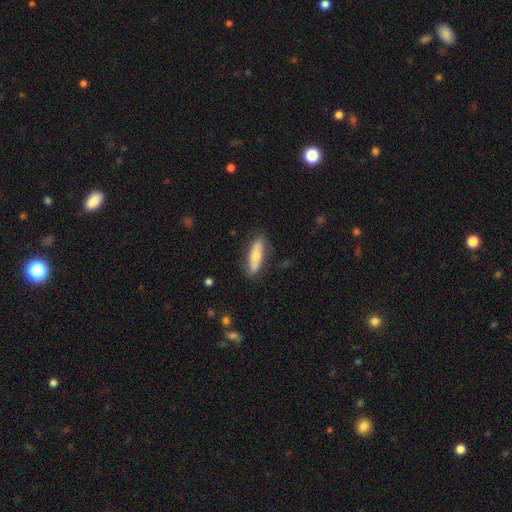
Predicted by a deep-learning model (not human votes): Morphology: type=smooth (61%); roundness=cigar-shaped (56%); merging=none (83%).